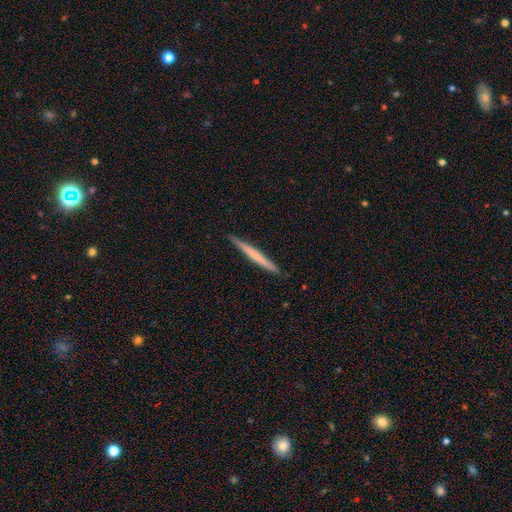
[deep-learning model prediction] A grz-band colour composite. It shows a smooth galaxy with no disk features (55%) that is cigar-shaped (97%). Merging: none (91%).